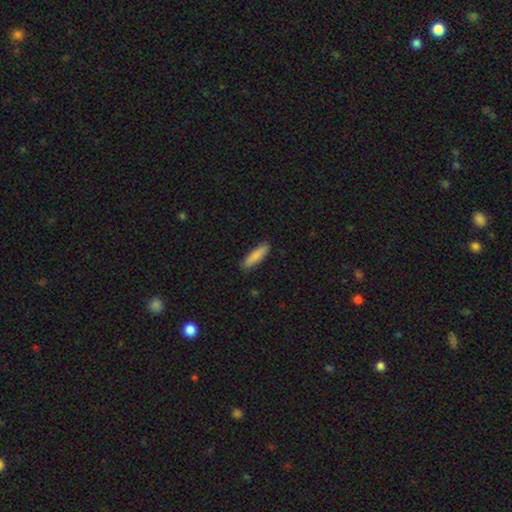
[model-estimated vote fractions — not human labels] The model was most divided on "how rounded": cigar-shaped: 69%, in between: 30%, round: 2%. More confident: merging — none (88%); smooth or featured — smooth (84%).